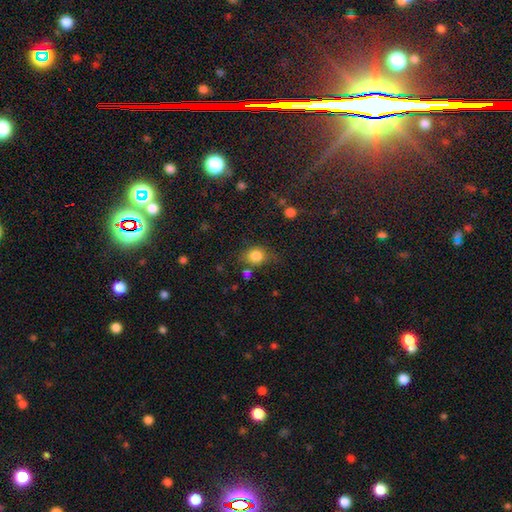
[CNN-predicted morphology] type=smooth (82%); roundness=round (61%); merging=none (62%).